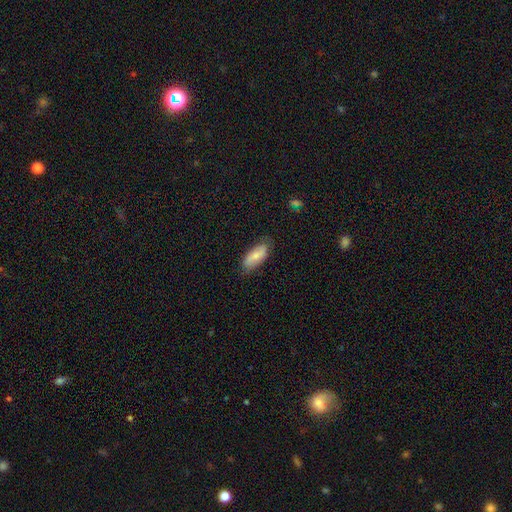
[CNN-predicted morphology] A smooth galaxy with no disk features (68%) that is in between round and cigar-shaped (82%). Merging: none (75%).